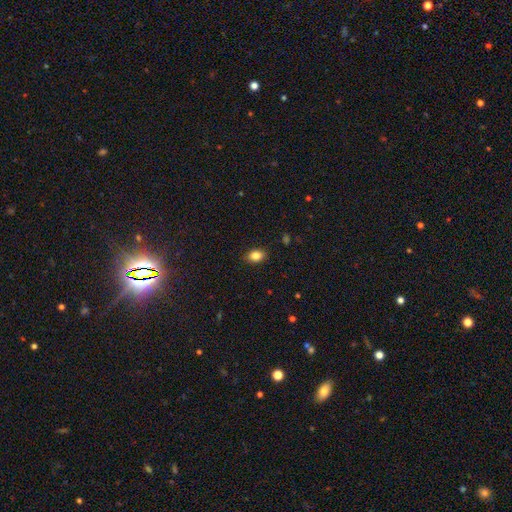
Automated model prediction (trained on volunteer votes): A smooth galaxy with no disk features (85%) that is in between round and cigar-shaped (80%).

Vote fractions:
- Smooth or featured? smooth: 85% / star or artifact: 9% / featured or disk: 6%
- How rounded? in between: 80% / round: 19% / cigar-shaped: 1%
- Merging? none: 88% / minor disturbance: 9% / major disturbance: 2% / merger: 1%